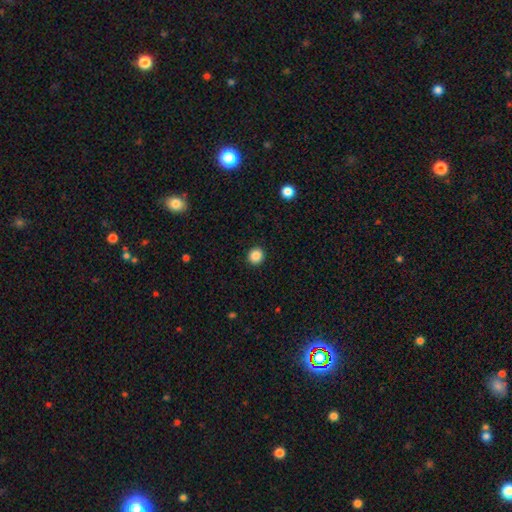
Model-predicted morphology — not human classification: This appears to be a smooth galaxy with no disk features (87%) that is round (89%). Merging: none (92%).